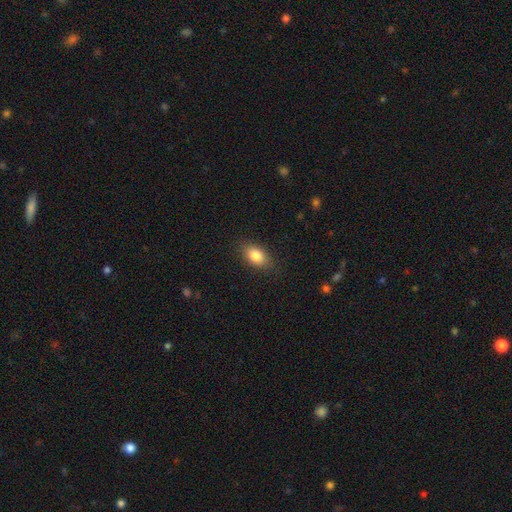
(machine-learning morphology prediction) This appears to be a smooth galaxy with no disk features (83%) that is in between round and cigar-shaped (87%). Merging: none (86%).